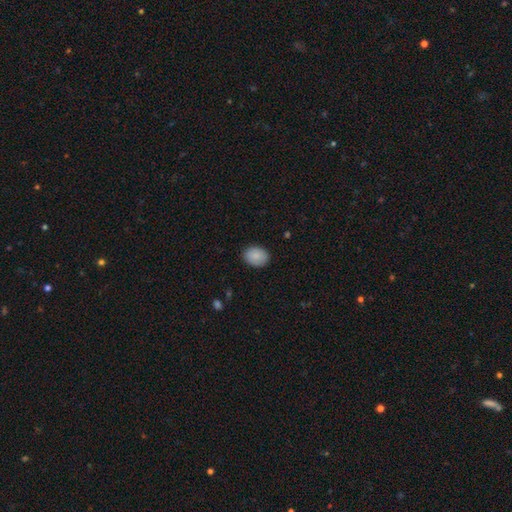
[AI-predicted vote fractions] This is clearly a smooth galaxy (88%). How rounded: likely in between (61%). Merging: clearly none (87%).